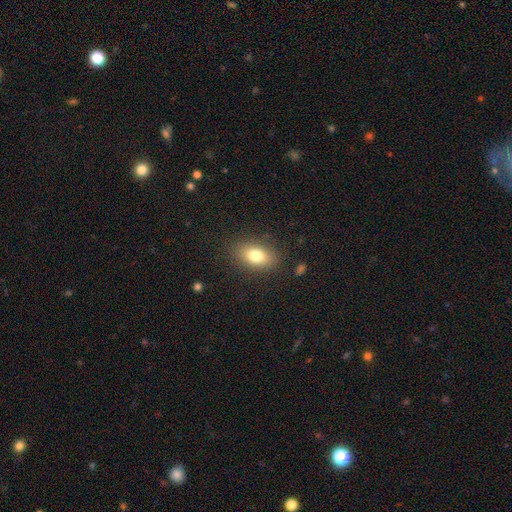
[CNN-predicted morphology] The model was most divided on "smooth or featured": smooth: 78%, featured or disk: 13%, star or artifact: 10%. More confident: merging — none (85%); how rounded — in between (84%).